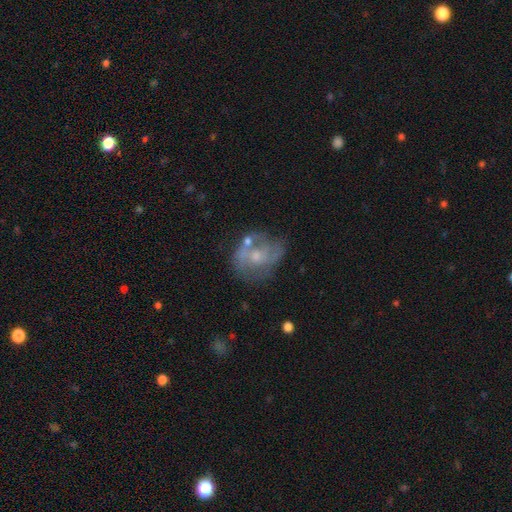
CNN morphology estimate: Q: Smooth or featured?
A: featured or disk (65%); runner-up: smooth (26%)
Q: Edge-on disk?
A: no (97%); runner-up: yes (3%)
Q: Bar?
A: no (70%); runner-up: weak (25%)
Q: Spiral arms?
A: yes (63%); runner-up: no (37%)
Q: Bulge size?
A: small (48%); runner-up: moderate (42%)
Q: Merging?
A: none (50%); runner-up: minor disturbance (22%)